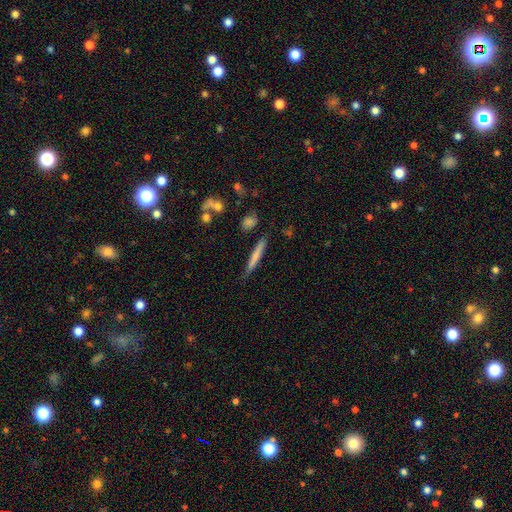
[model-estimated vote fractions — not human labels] A smooth galaxy with no disk features (64%) that is cigar-shaped (95%).

Vote fractions:
- Smooth or featured? smooth: 64% / featured or disk: 30% / star or artifact: 6%
- How rounded? cigar-shaped: 95% / in between: 4% / round: 2%
- Merging? none: 81% / minor disturbance: 13% / merger: 3% / major disturbance: 3%